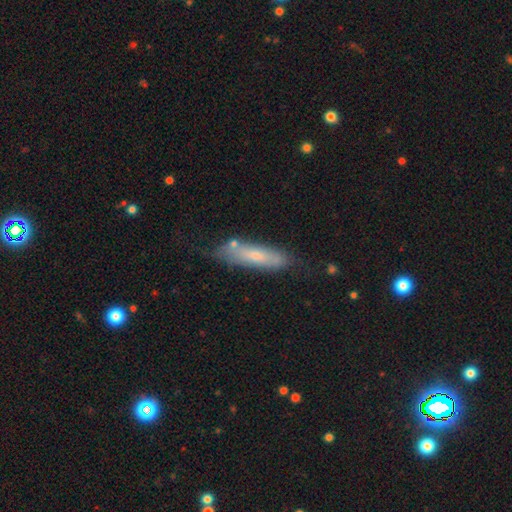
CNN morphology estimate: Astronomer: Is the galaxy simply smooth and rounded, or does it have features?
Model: smooth — 59%.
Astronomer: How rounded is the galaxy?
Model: cigar-shaped — 63%.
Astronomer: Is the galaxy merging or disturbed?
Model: none — 64%.